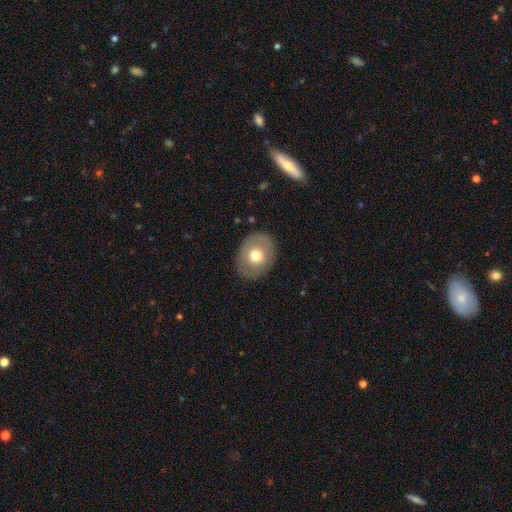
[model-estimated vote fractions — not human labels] Smooth or featured: smooth — 67% (featured or disk — 25%)
How rounded: in between — 57% (round — 42%)
Merging: none — 87% (minor disturbance — 9%)